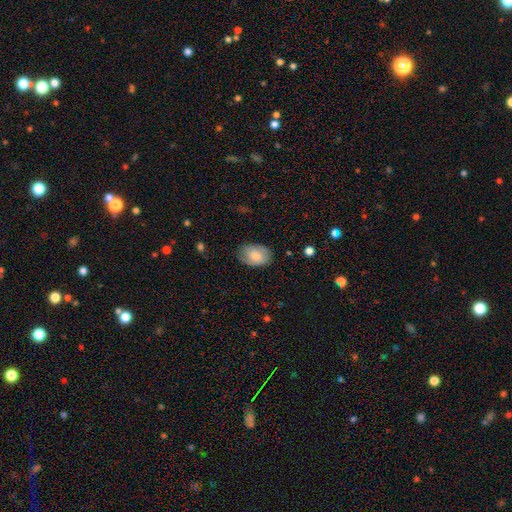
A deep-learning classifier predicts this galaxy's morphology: This is likely a smooth galaxy (78%). How rounded: clearly in between (84%). Merging: likely none (78%).